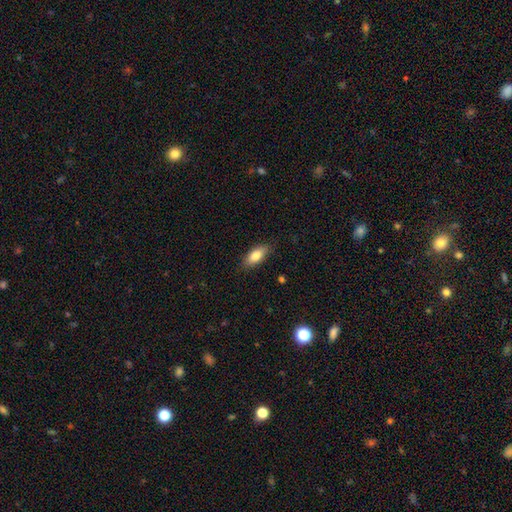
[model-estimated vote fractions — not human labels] Smooth or featured? Predicted: smooth (p=0.80). How rounded? Predicted: in between (p=0.83). Merging? Predicted: none (p=0.84).